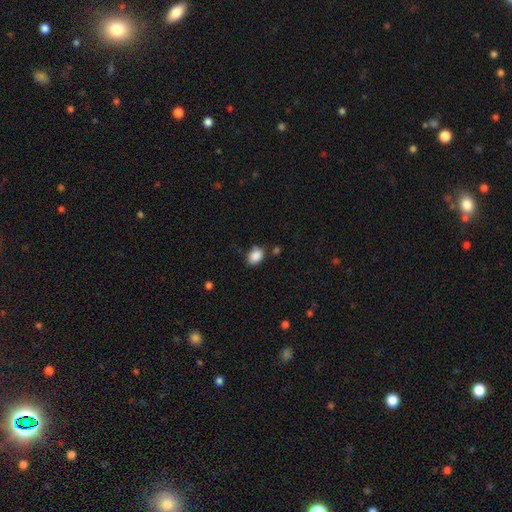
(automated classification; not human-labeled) This appears to be a smooth galaxy with no disk features (88%) that is in between round and cigar-shaped (74%). Merging: none (75%).